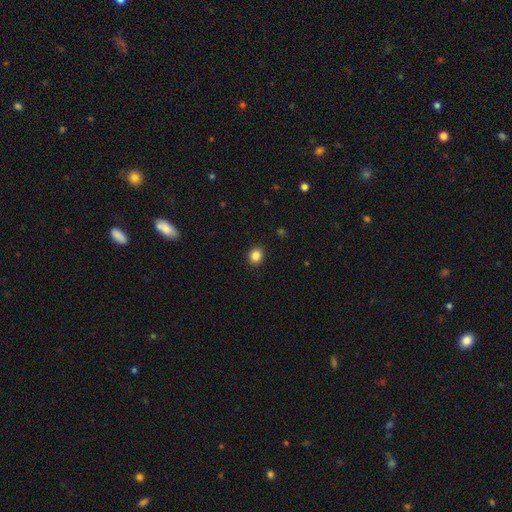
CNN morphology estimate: Smooth or featured?
  - smooth: 85% *
  - star or artifact: 11%
  - featured or disk: 5%
How rounded?
  - round: 74% *
  - in between: 26%
  - cigar-shaped: 1%
Merging?
  - none: 91% *
  - minor disturbance: 6%
  - major disturbance: 2%
  - merger: 1%